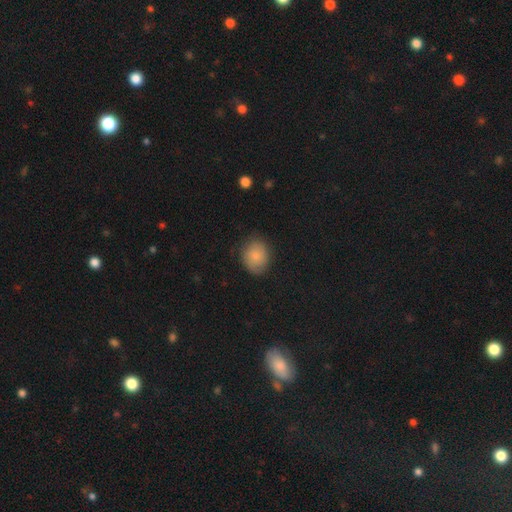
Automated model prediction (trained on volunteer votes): Smooth or featured? Predicted: smooth (p=0.80). How rounded? Predicted: round (p=0.60). Merging? Predicted: none (p=0.79).